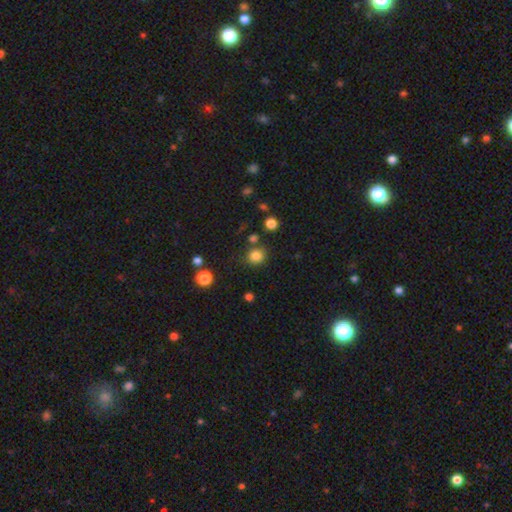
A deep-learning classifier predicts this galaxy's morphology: This appears to be a smooth galaxy with no disk features (82%) that is round (82%). Merging: none (76%).